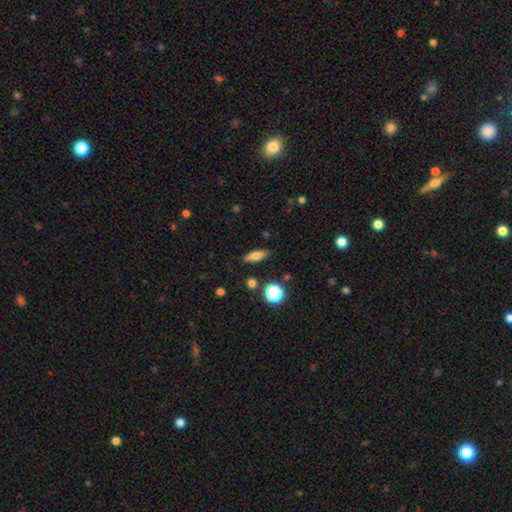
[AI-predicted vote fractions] Smooth or featured?
  - smooth: 70% *
  - featured or disk: 19%
  - star or artifact: 11%
How rounded?
  - in between: 59% *
  - cigar-shaped: 34%
  - round: 7%
Merging?
  - none: 85% *
  - minor disturbance: 10%
  - major disturbance: 3%
  - merger: 2%